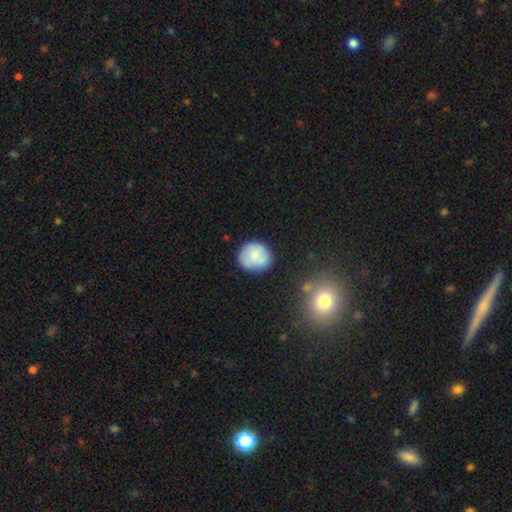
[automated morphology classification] A smooth galaxy with no disk features (58%) that is round (79%).

Vote fractions:
- Smooth or featured? smooth: 58% / featured or disk: 34% / star or artifact: 8%
- How rounded? round: 79% / in between: 20% / cigar-shaped: 1%
- Merging? none: 76% / minor disturbance: 17% / major disturbance: 5% / merger: 2%